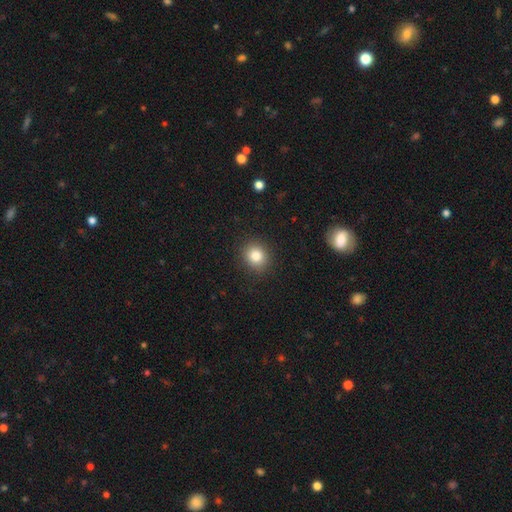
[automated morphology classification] Smooth or featured?
  - smooth: 83% *
  - star or artifact: 11%
  - featured or disk: 6%
How rounded?
  - round: 81% *
  - in between: 18%
  - cigar-shaped: 1%
Merging?
  - none: 90% *
  - minor disturbance: 7%
  - major disturbance: 2%
  - merger: 1%